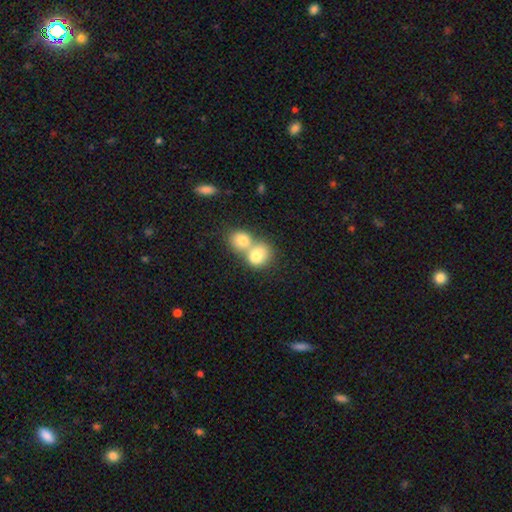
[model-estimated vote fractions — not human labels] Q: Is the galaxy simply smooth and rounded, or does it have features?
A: smooth — 77%.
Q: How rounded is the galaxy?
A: round — 65%.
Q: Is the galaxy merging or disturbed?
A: merger — 68%.